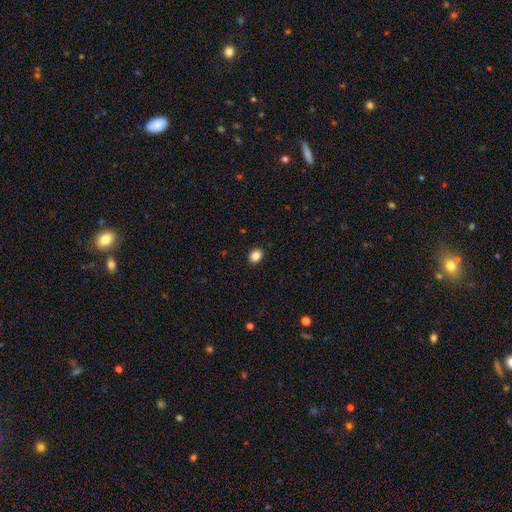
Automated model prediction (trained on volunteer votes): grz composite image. It shows a smooth galaxy with no disk features (87%) that is in between round and cigar-shaped (57%). Merging: none (91%).